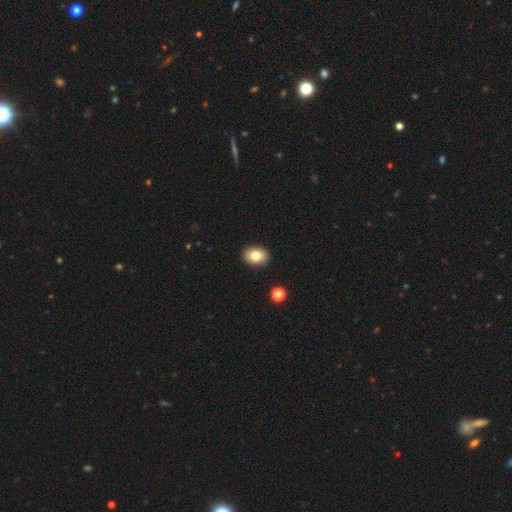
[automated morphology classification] Smooth or featured? smooth (80%)
How rounded? in between (69%)
Merging? none (90%)